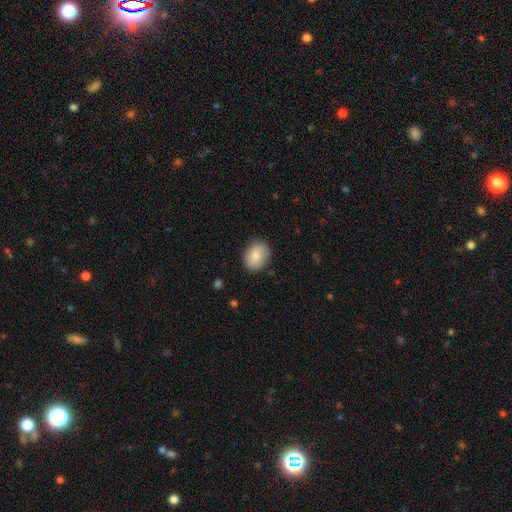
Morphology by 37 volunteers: Smooth or featured? smooth (84%)
How rounded? in between (55%)
Merging? none (80%)